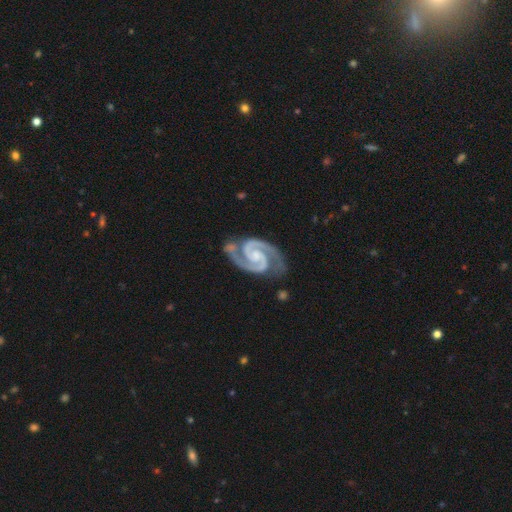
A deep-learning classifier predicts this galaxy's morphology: type=featured or disk (95%); edge-on=no (98%); bar=no (49%); spiral arms=yes (99%); winding=tight (52%); arm count=2 (95%); bulge=small (42%); merging=none (73%).